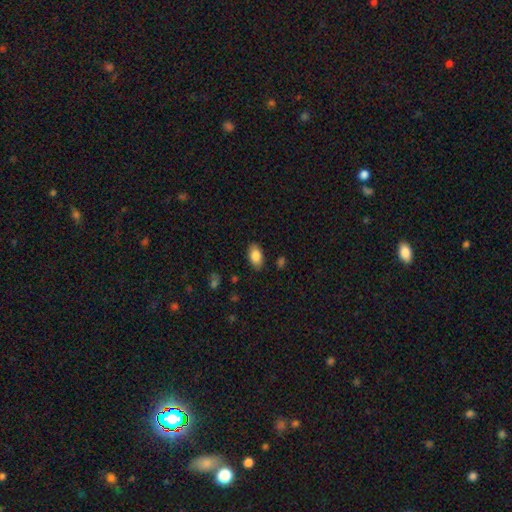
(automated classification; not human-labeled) Smooth or featured: smooth — 85% (featured or disk — 8%)
How rounded: in between — 93% (round — 4%)
Merging: none — 86% (minor disturbance — 10%)